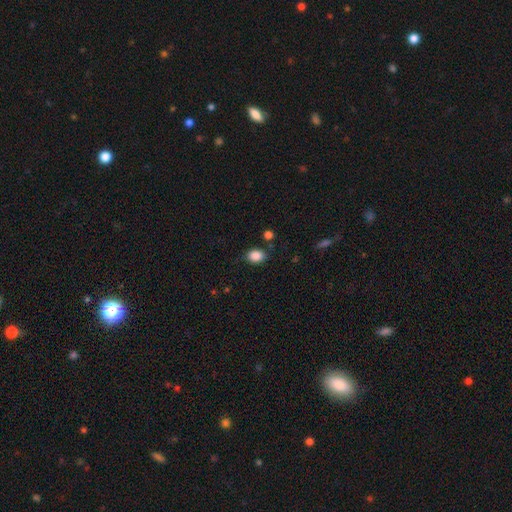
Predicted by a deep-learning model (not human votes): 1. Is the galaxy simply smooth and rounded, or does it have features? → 87% smooth, 9% star or artifact, 4% featured or disk.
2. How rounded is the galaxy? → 68% in between, 31% round, 1% cigar-shaped.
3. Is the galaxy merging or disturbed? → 80% none, 13% minor disturbance, 4% major disturbance, 3% merger.